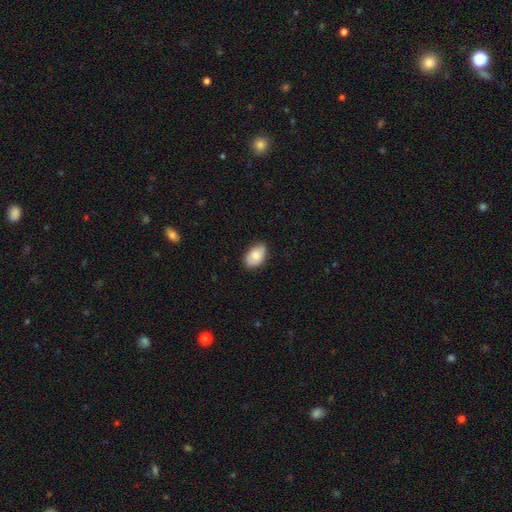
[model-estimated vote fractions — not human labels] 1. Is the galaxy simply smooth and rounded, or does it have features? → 80% smooth, 13% featured or disk, 7% star or artifact.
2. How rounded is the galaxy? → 90% in between, 9% round, 1% cigar-shaped.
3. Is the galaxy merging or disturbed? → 80% none, 16% minor disturbance, 3% major disturbance, 1% merger.